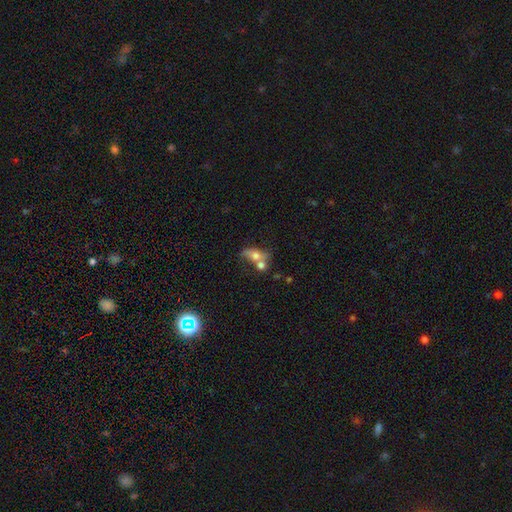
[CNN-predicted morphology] smooth-or-featured: smooth: 55% | featured or disk: 33% | star or artifact: 12%
  how-rounded: in between: 60% | round: 31% | cigar-shaped: 9%
  merging: merger: 47% | none: 31% | minor disturbance: 13% | major disturbance: 10%